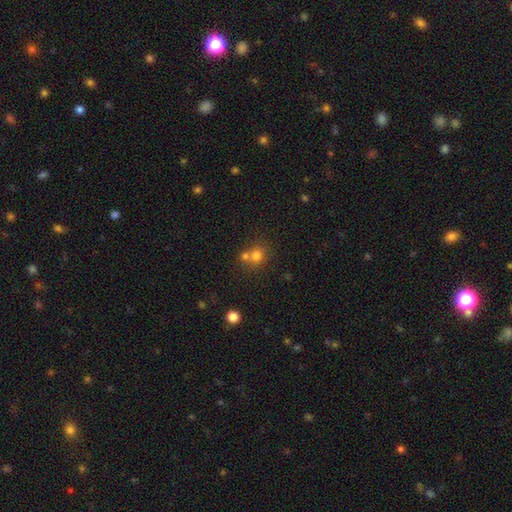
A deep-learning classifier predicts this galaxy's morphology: type=smooth (74%); roundness=round (81%); merging=none (48%).